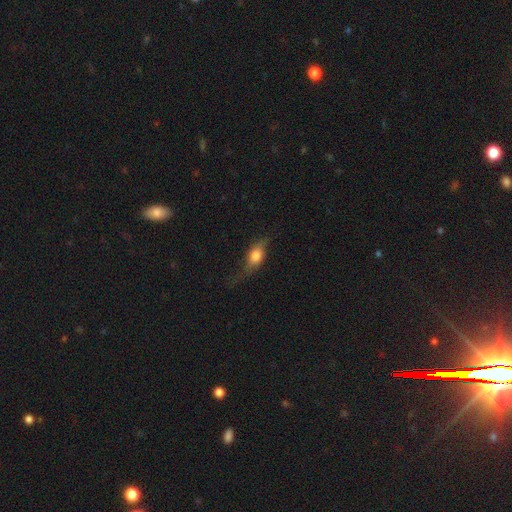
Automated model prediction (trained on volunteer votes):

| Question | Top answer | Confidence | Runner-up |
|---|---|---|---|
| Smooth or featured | smooth | 56% | featured or disk (36%) |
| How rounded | in between | 70% | cigar-shaped (17%) |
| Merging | none | 49% | minor disturbance (28%) |